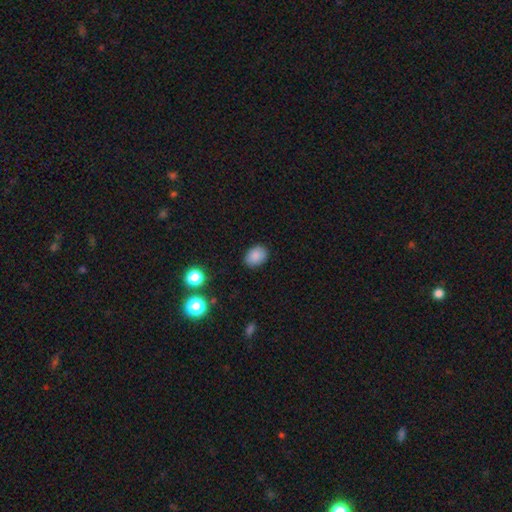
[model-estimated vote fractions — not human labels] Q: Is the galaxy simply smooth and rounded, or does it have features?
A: smooth — 85%.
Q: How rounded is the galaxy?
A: in between — 70%.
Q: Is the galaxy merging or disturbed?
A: none — 86%.